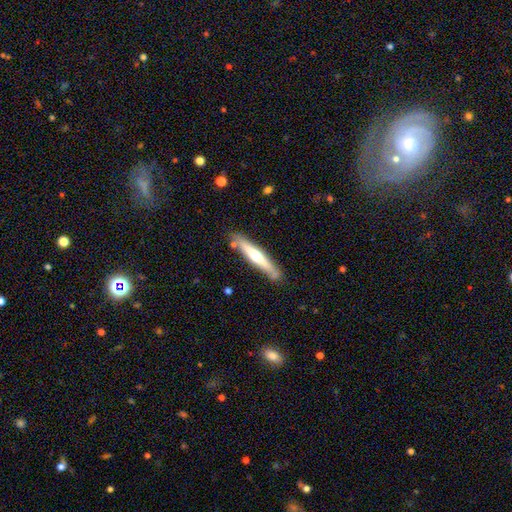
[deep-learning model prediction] Q: Smooth or featured?
A: featured or disk (53%); runner-up: smooth (42%)
Q: Edge-on disk?
A: yes (94%); runner-up: no (6%)
Q: Merging?
A: none (81%); runner-up: minor disturbance (13%)